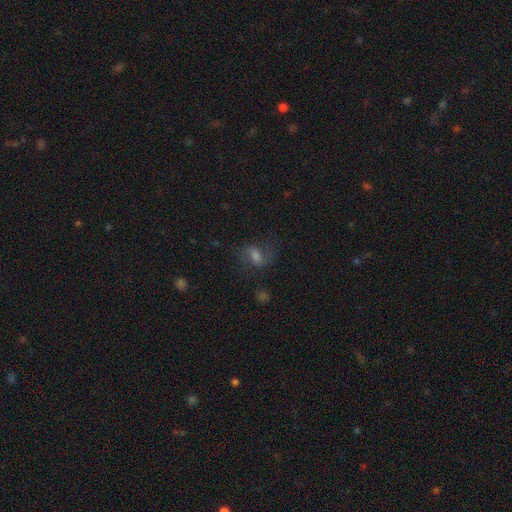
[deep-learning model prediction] Smooth or featured: featured or disk — 48% (smooth — 35%)
Merging: none — 64% (minor disturbance — 19%)